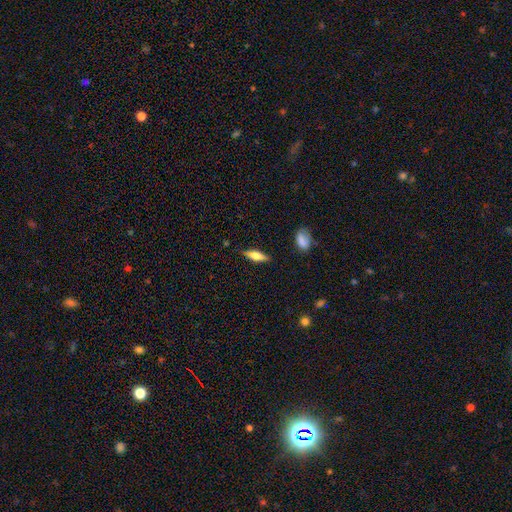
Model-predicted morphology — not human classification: A smooth galaxy with no disk features (56%) that is cigar-shaped (52%). Merging: none (85%).